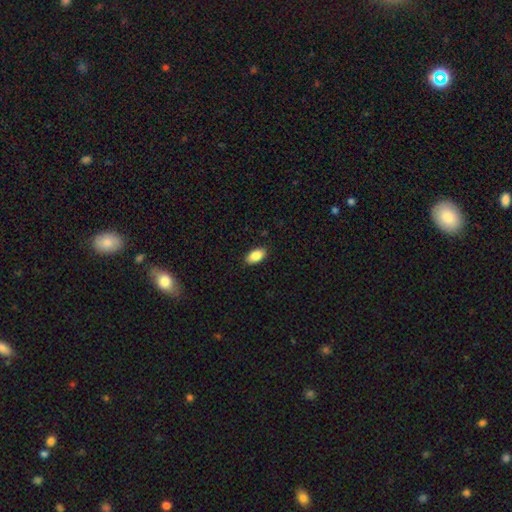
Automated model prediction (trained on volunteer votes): Morphology: type=smooth (89%); roundness=in between (94%); merging=none (87%).